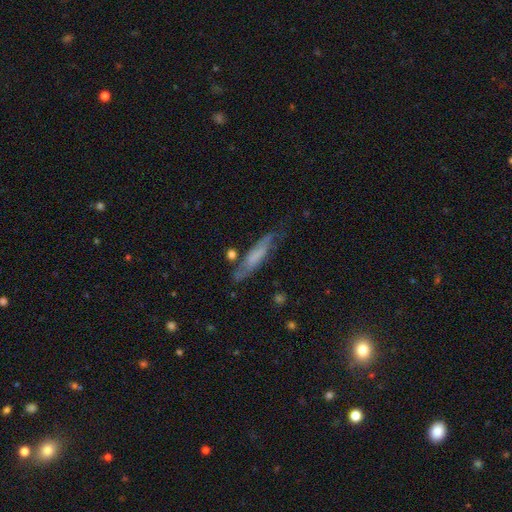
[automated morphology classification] Smooth or featured: featured or disk — 48% (smooth — 44%)
Merging: none — 65% (minor disturbance — 22%)